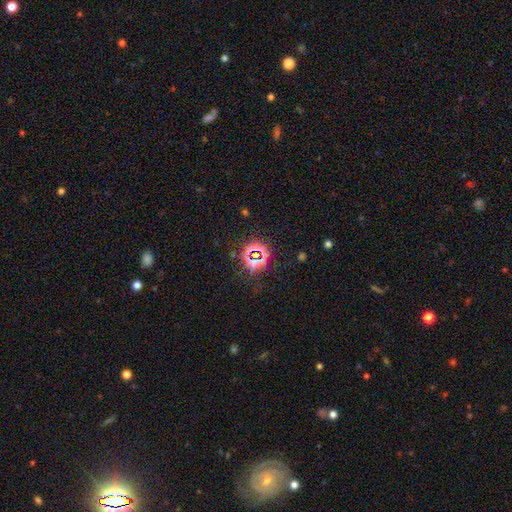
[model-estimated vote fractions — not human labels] This is likely a star or artifact rather than a galaxy (75%).